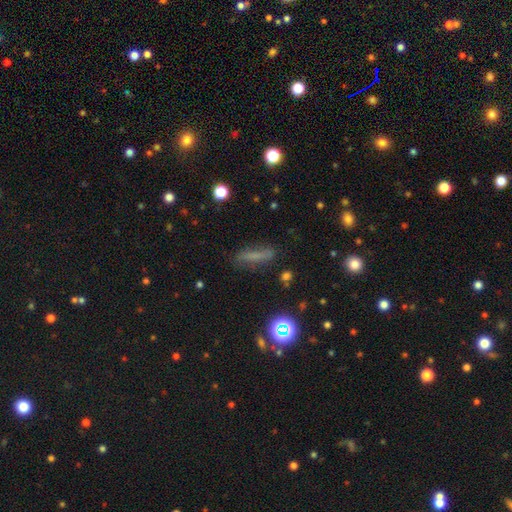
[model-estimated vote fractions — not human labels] smooth 59%, featured or disk 24%, star or artifact 17%. Down the decision tree: how rounded — cigar-shaped (74%); merging — none (72%).